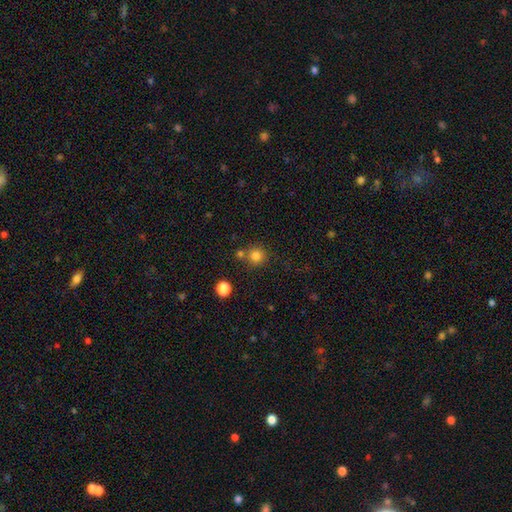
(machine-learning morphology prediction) Smooth or featured? Predicted: smooth (p=0.81). How rounded? Predicted: round (p=0.92). Merging? Predicted: none (p=0.71).